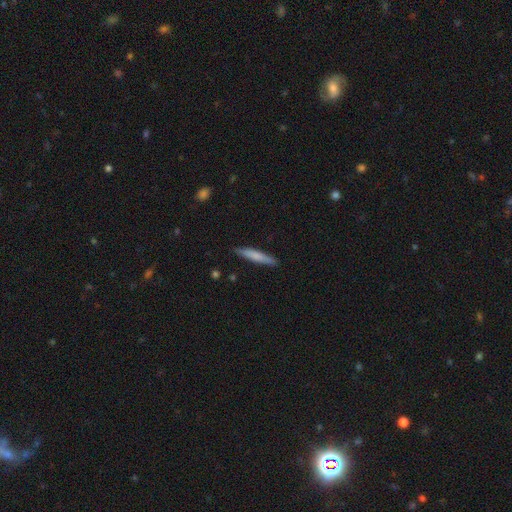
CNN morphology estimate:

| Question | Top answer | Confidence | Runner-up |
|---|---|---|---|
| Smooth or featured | smooth | 71% | featured or disk (24%) |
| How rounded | cigar-shaped | 93% | in between (5%) |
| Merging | none | 89% | minor disturbance (8%) |